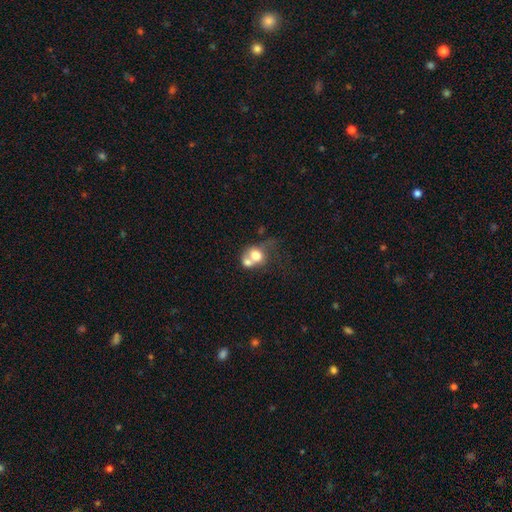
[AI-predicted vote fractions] This is likely a smooth galaxy (65%). How rounded: possibly round (55%). Merging: likely merger (65%).